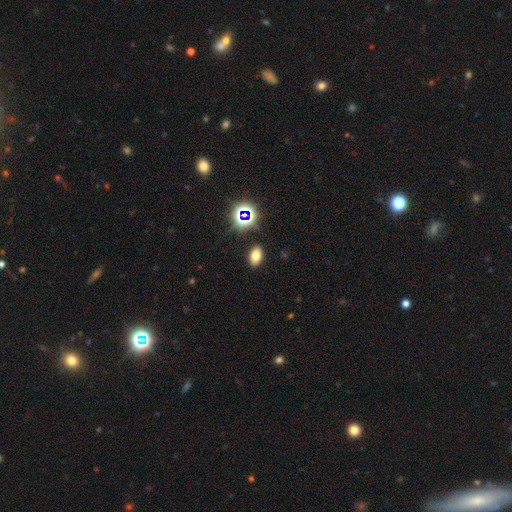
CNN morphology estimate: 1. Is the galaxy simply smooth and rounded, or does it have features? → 70% smooth, 19% star or artifact, 10% featured or disk.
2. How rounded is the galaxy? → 85% in between, 13% round, 2% cigar-shaped.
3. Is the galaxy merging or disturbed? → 87% none, 8% minor disturbance, 3% major disturbance, 2% merger.